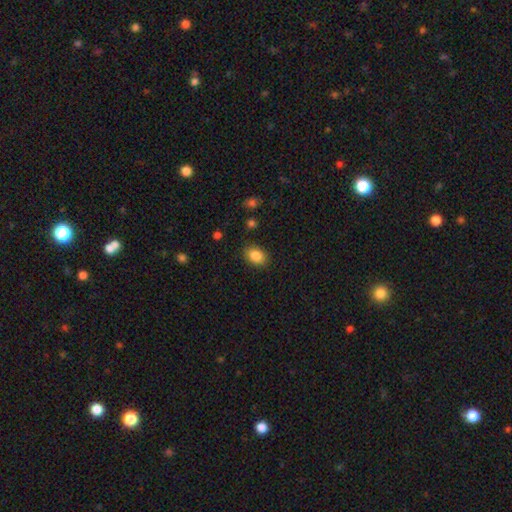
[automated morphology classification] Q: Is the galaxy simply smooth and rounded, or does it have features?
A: smooth — 85%.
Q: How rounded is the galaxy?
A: in between — 75%.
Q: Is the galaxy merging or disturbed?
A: none — 86%.